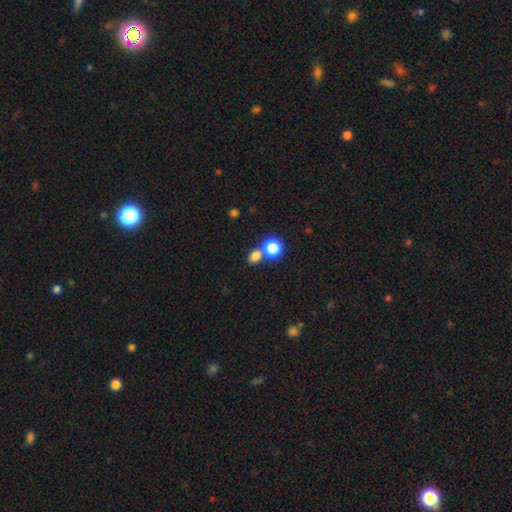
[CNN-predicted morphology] Q: Smooth or featured?
A: smooth (81%); runner-up: star or artifact (12%)
Q: How rounded?
A: round (68%); runner-up: in between (31%)
Q: Merging?
A: none (49%); runner-up: merger (41%)